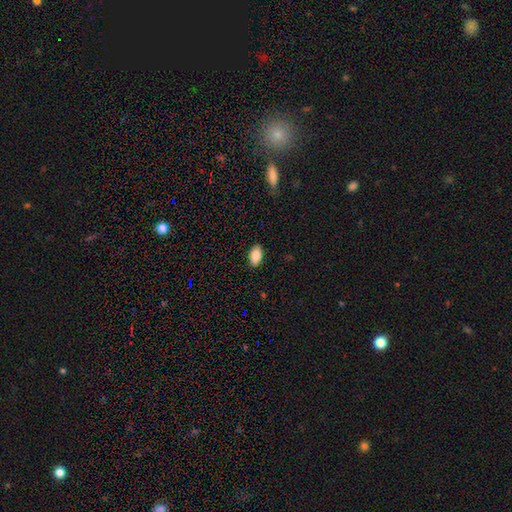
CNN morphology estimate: smooth 89%, star or artifact 7%, featured or disk 4%. Down the decision tree: how rounded — in between (94%); merging — none (89%).